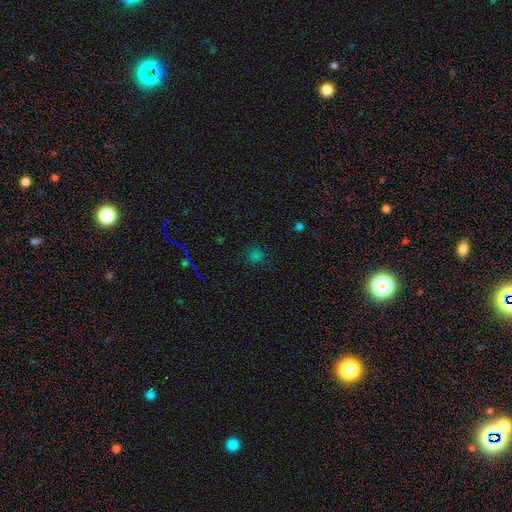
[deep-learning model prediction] smooth-or-featured: smooth: 69% | star or artifact: 26% | featured or disk: 5%
  how-rounded: round: 87% | in between: 12% | cigar-shaped: 1%
  merging: none: 85% | minor disturbance: 10% | major disturbance: 3% | merger: 1%